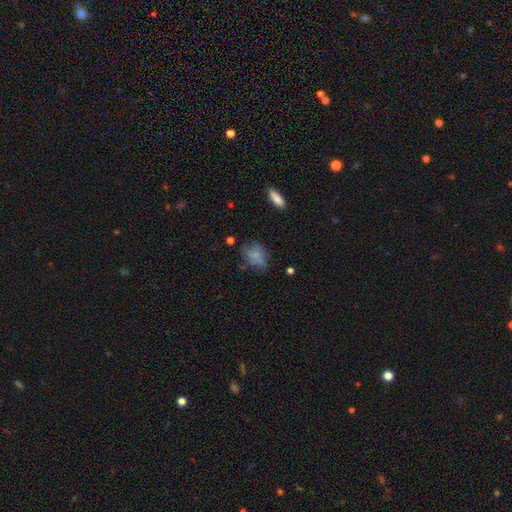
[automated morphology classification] Smooth or featured: smooth — 66% (featured or disk — 21%)
How rounded: in between — 62% (round — 36%)
Merging: none — 56% (minor disturbance — 26%)